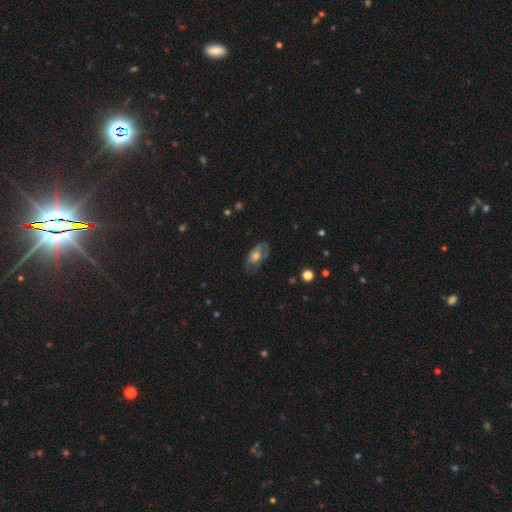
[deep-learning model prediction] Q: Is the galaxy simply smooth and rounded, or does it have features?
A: featured or disk — 48%.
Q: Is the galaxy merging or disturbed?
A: none — 62%.